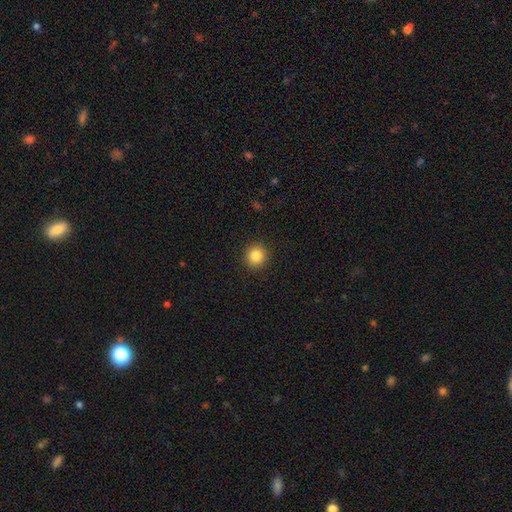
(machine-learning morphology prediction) This appears to be a smooth galaxy with no disk features (85%) that is round (92%). Merging: none (91%).